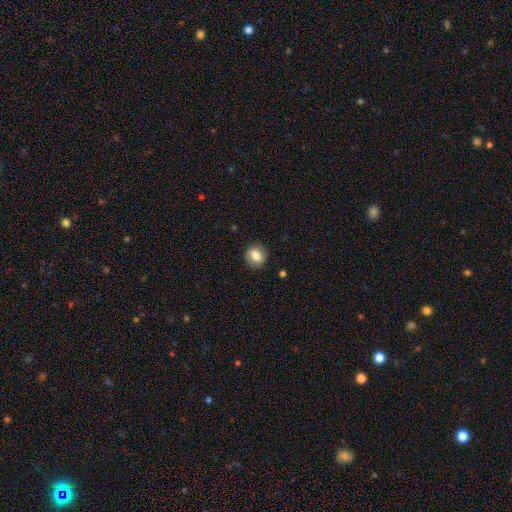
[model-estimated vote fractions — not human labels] A smooth galaxy with no disk features (73%) that is round (64%).

Vote fractions:
- Smooth or featured? smooth: 73% / featured or disk: 19% / star or artifact: 9%
- How rounded? round: 64% / in between: 34% / cigar-shaped: 1%
- Merging? none: 86% / minor disturbance: 10% / major disturbance: 3% / merger: 1%